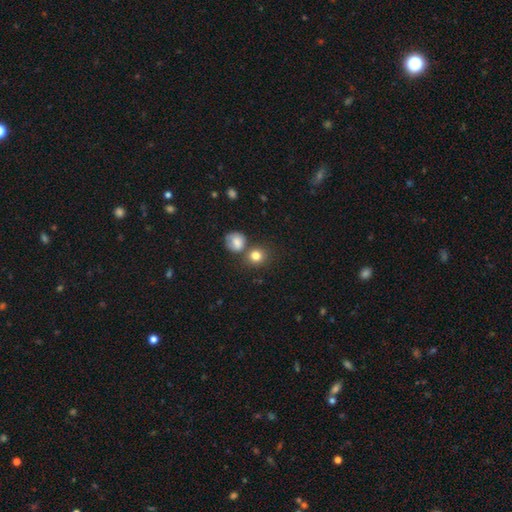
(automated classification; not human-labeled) Morphology: type=smooth (81%); roundness=round (83%); merging=none (65%).